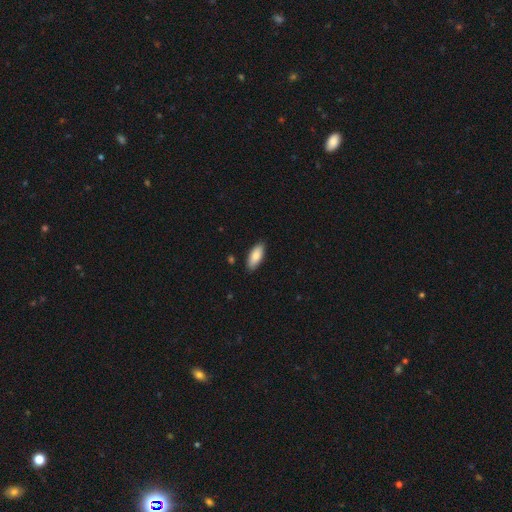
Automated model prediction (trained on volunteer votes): Overall: smooth (85%). How rounded: in between (82%). Merging: none (87%).